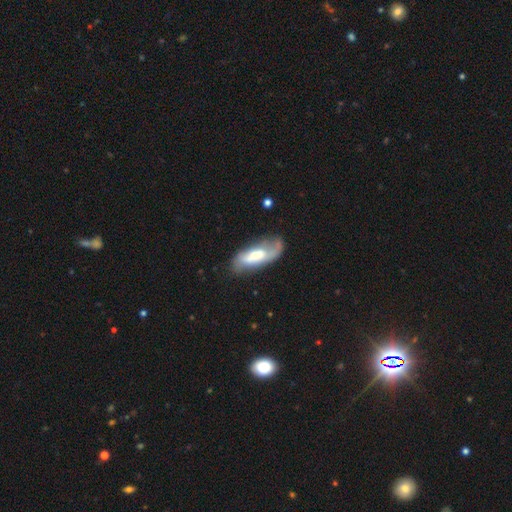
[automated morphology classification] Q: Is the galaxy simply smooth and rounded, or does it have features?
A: featured or disk — 51%.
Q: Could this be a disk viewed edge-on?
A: no — 85%.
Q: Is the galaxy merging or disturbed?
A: none — 47%.